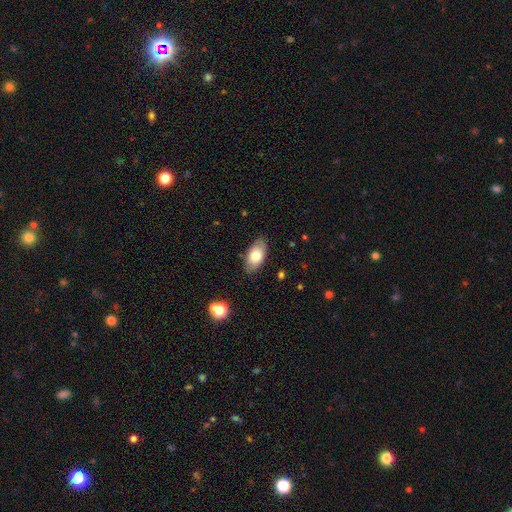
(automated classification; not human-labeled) This appears to be a smooth galaxy with no disk features (76%) that is in between round and cigar-shaped (93%). Merging: none (83%).